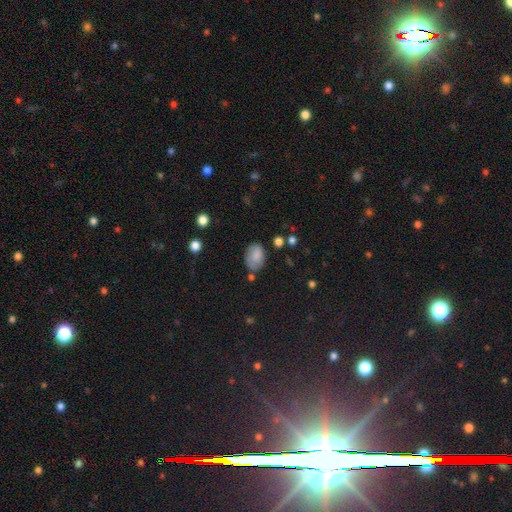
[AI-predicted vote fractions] This appears to be a smooth galaxy with no disk features (80%) that is in between round and cigar-shaped (81%). Merging: none (67%).